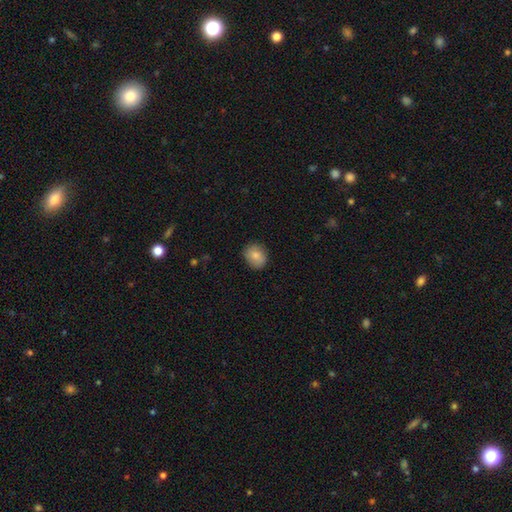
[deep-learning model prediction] Smooth or featured?
  - smooth: 83% *
  - featured or disk: 10%
  - star or artifact: 8%
How rounded?
  - round: 60% *
  - in between: 39%
  - cigar-shaped: 1%
Merging?
  - none: 84% *
  - minor disturbance: 12%
  - major disturbance: 3%
  - merger: 1%